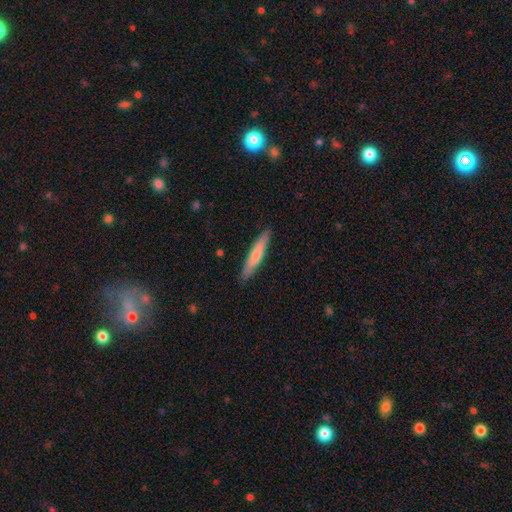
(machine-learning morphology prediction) Smooth or featured?
  - smooth: 69% *
  - featured or disk: 25%
  - star or artifact: 5%
How rounded?
  - cigar-shaped: 93% *
  - in between: 5%
  - round: 1%
Merging?
  - none: 89% *
  - minor disturbance: 8%
  - major disturbance: 2%
  - merger: 1%